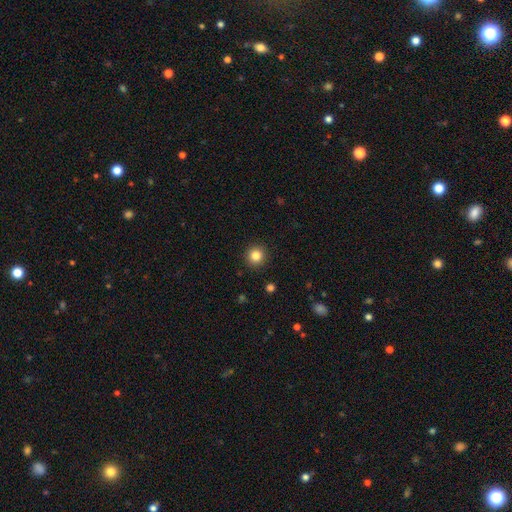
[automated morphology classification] Q: Smooth or featured?
A: smooth (83%); runner-up: star or artifact (11%)
Q: How rounded?
A: round (94%); runner-up: in between (5%)
Q: Merging?
A: none (92%); runner-up: minor disturbance (5%)